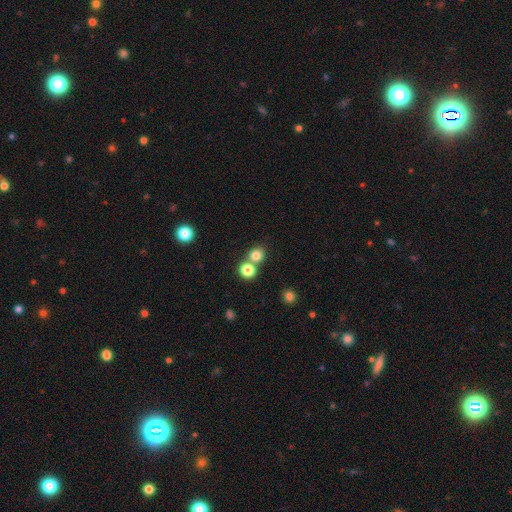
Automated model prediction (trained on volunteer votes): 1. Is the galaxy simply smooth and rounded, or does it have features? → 79% smooth, 14% star or artifact, 7% featured or disk.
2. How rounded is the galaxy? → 85% round, 14% in between, 1% cigar-shaped.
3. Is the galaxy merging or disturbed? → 56% none, 35% merger, 6% minor disturbance, 3% major disturbance.